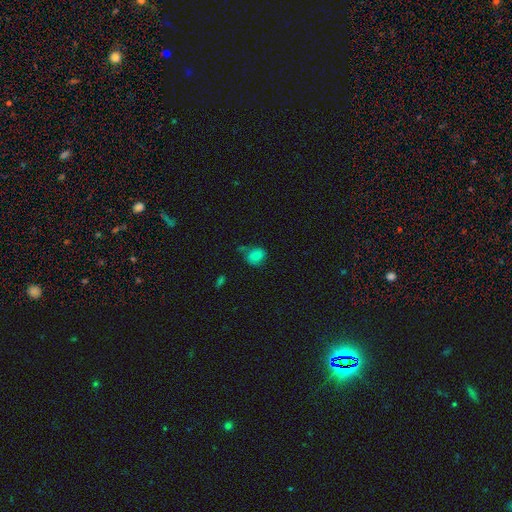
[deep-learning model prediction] This is likely a smooth galaxy (79%). How rounded: possibly round (50%). Merging: possibly none (52%).